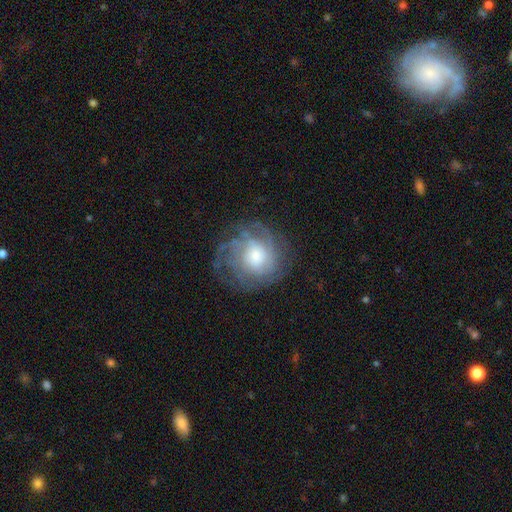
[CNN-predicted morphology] smooth_or_featured: featured or disk (p=0.69) [alt: smooth p=0.22]
disk_edge_on: no (p=0.97) [alt: yes p=0.03]
bar: no (p=0.75) [alt: weak p=0.21]
has_spiral_arms: yes (p=0.86) [alt: no p=0.14]
spiral_winding: tight (p=0.58) [alt: medium p=0.30]
spiral_arm_count: can't tell (p=0.48) [alt: 4 p=0.15]
bulge_size: moderate (p=0.45) [alt: small p=0.31]
merging: none (p=0.70) [alt: minor disturbance p=0.17]